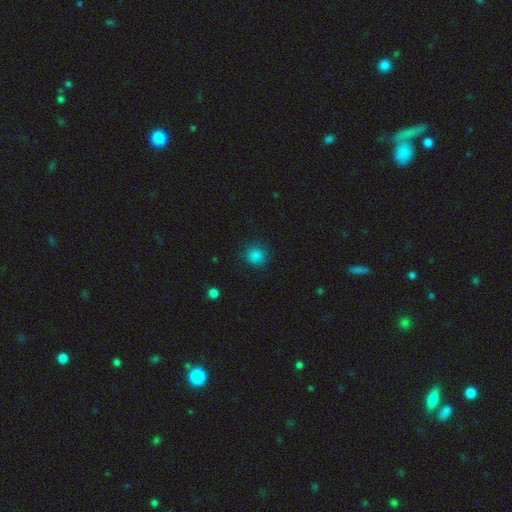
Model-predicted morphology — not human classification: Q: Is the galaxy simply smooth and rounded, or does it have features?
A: smooth — 84%.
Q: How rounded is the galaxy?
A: round — 88%.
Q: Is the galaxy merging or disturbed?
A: none — 85%.